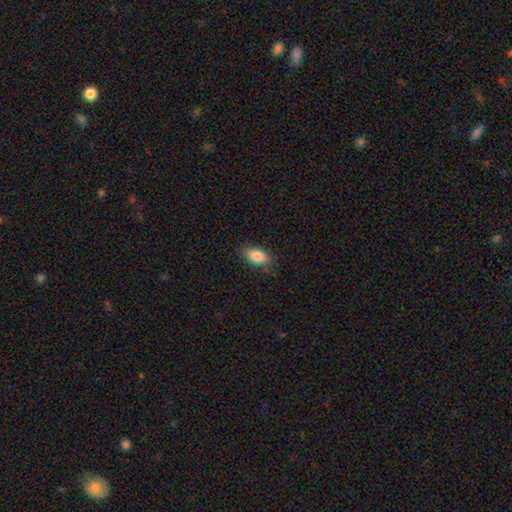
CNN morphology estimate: A smooth galaxy with no disk features (84%) that is in between round and cigar-shaped (89%). Merging: none (81%).